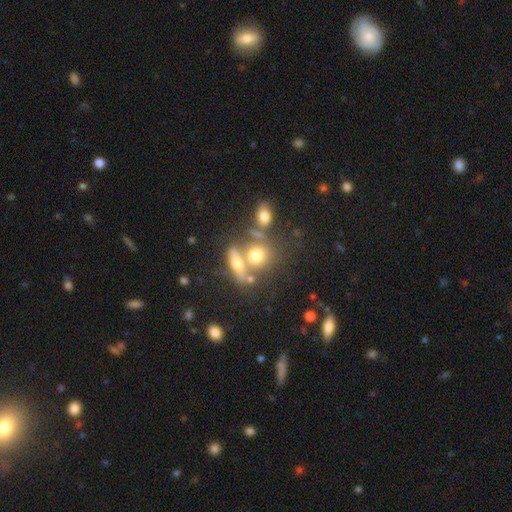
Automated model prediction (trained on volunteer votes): A smooth galaxy with no disk features (64%) that is round (57%).

Vote fractions:
- Smooth or featured? smooth: 64% / featured or disk: 23% / star or artifact: 13%
- How rounded? round: 57% / in between: 36% / cigar-shaped: 7%
- Merging? none: 42% / merger: 41% / minor disturbance: 10% / major disturbance: 6%